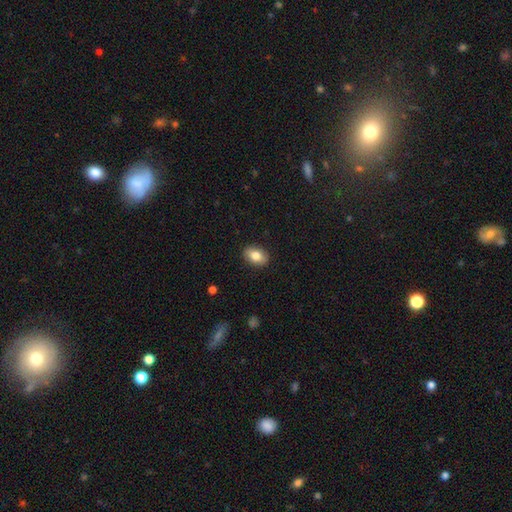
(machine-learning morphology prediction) smooth 82%, featured or disk 10%, star or artifact 7%. Down the decision tree: how rounded — in between (83%); merging — none (89%).